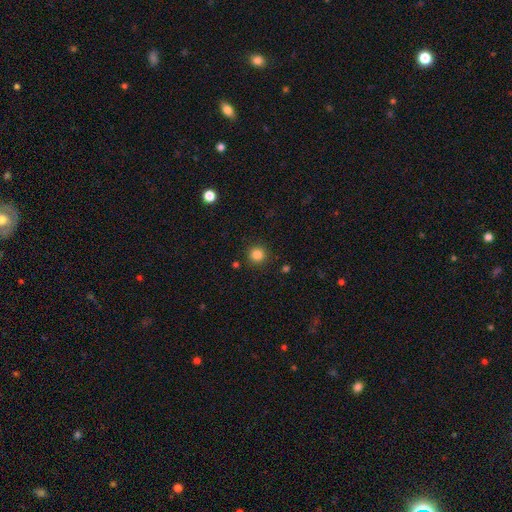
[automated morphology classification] Overall: smooth (84%). How rounded: round (94%). Merging: none (90%).